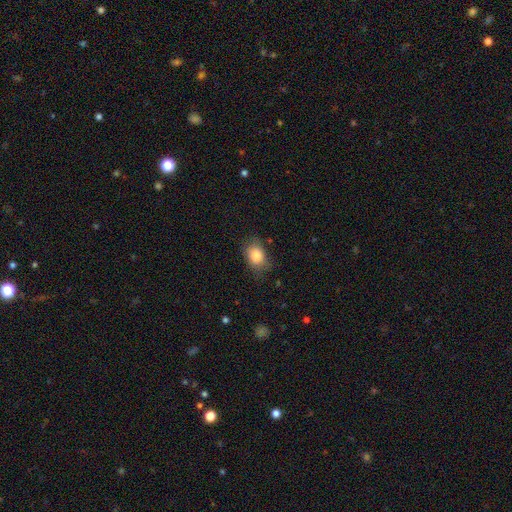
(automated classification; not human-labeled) smooth-or-featured: smooth: 82% | star or artifact: 9% | featured or disk: 9%
  how-rounded: in between: 71% | round: 27% | cigar-shaped: 1%
  merging: none: 74% | minor disturbance: 20% | major disturbance: 5% | merger: 1%